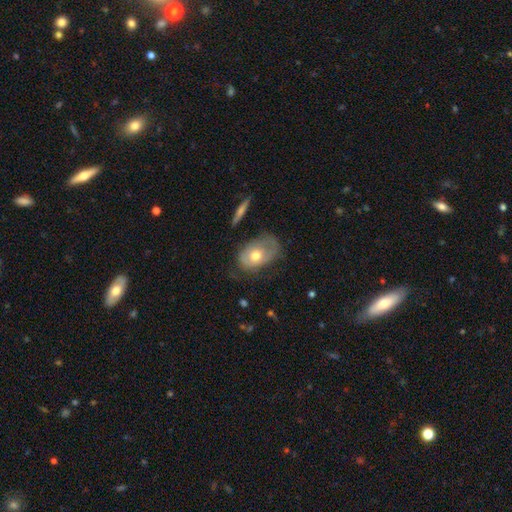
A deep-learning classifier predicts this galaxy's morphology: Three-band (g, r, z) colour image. It shows a smooth galaxy with no disk features (57%) that is in between round and cigar-shaped (83%). Merging: none (42%).